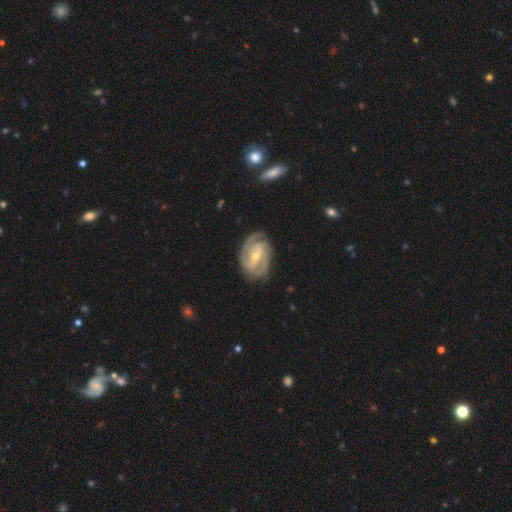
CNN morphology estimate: A featured or disk galaxy (90%) with a weak bar (44%), 2 (40%) tight (58%) spiral arms (98%) and a small central bulge (57%).

Vote fractions:
- Smooth or featured? featured or disk: 90% / smooth: 6% / star or artifact: 4%
- Edge-on disk? no: 97% / yes: 3%
- Bar? weak: 44% / strong: 30% / no: 27%
- Spiral arms? yes: 98% / no: 2%
- Spiral winding? tight: 58% / medium: 36% / loose: 6%
- Spiral arm count? 2: 40% / 3: 35% / can't tell: 10% / 4: 8% / 1: 4% / more than 4: 4%
- Bulge size? small: 57% / moderate: 40% / large: 1% / none: 1% / dominant: 1%
- Merging? none: 78% / minor disturbance: 16% / major disturbance: 5% / merger: 1%